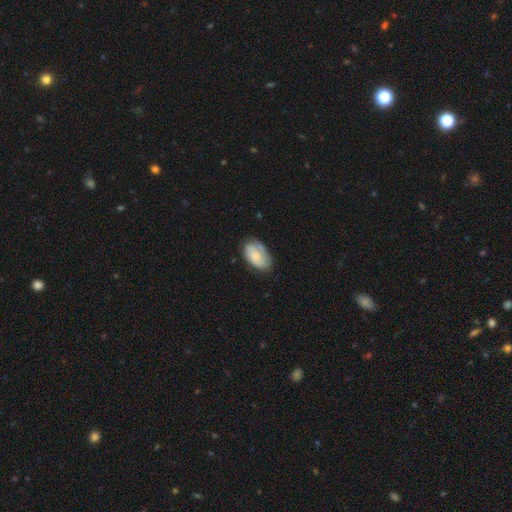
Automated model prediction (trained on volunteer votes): Smooth or featured?
  - smooth: 58% *
  - featured or disk: 35%
  - star or artifact: 7%
How rounded?
  - in between: 91% *
  - round: 7%
  - cigar-shaped: 2%
Merging?
  - none: 63% *
  - minor disturbance: 27%
  - major disturbance: 8%
  - merger: 2%